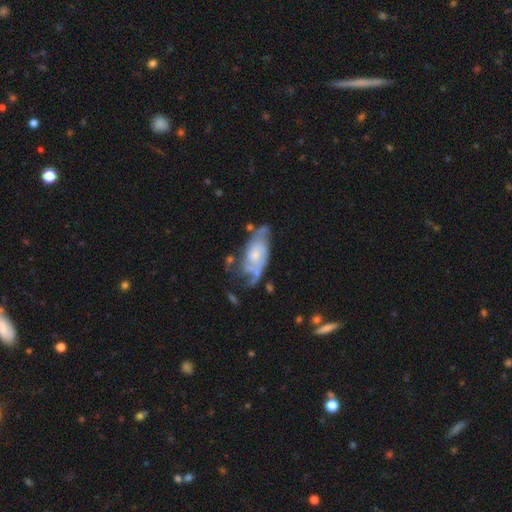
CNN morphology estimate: This is likely a featured or disk galaxy (78%). It is clearly not viewed edge-on (94%). Bar: likely no (70%). Spiral arm pattern: clearly yes (90%). Spiral arm count: possibly 2 (58%). Spiral winding: marginally medium (41%). Central bulge: possibly small (49%). Merging: possibly none (48%).